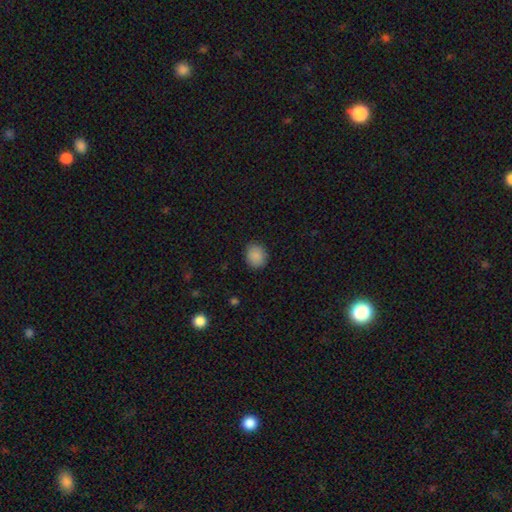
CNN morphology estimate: smooth_or_featured: smooth (p=0.89) [alt: star or artifact p=0.08]
how_rounded: round (p=0.72) [alt: in between p=0.27]
merging: none (p=0.89) [alt: minor disturbance p=0.08]